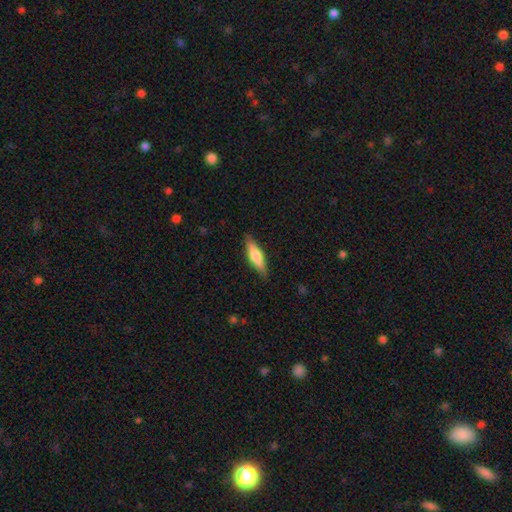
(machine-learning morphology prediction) A smooth galaxy with no disk features (61%) that is cigar-shaped (66%). Merging: none (86%).